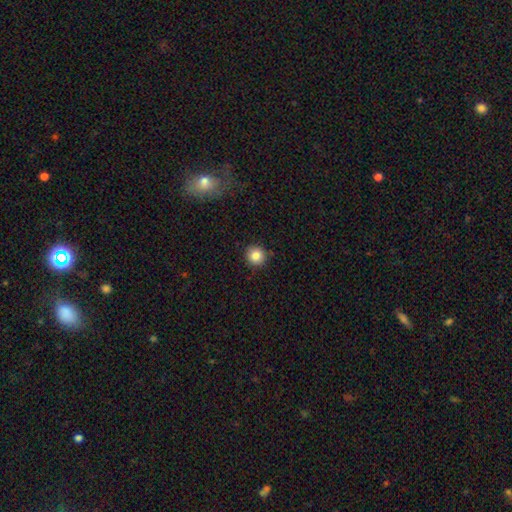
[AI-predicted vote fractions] smooth 84%, star or artifact 10%, featured or disk 6%. Down the decision tree: how rounded — round (93%); merging — none (88%).